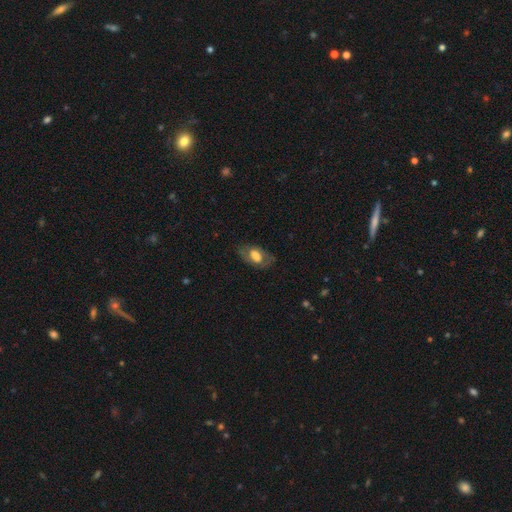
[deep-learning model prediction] Smooth or featured?
  - smooth: 53% *
  - featured or disk: 40%
  - star or artifact: 7%
How rounded?
  - in between: 90% *
  - round: 7%
  - cigar-shaped: 3%
Merging?
  - none: 70% *
  - minor disturbance: 19%
  - major disturbance: 10%
  - merger: 1%